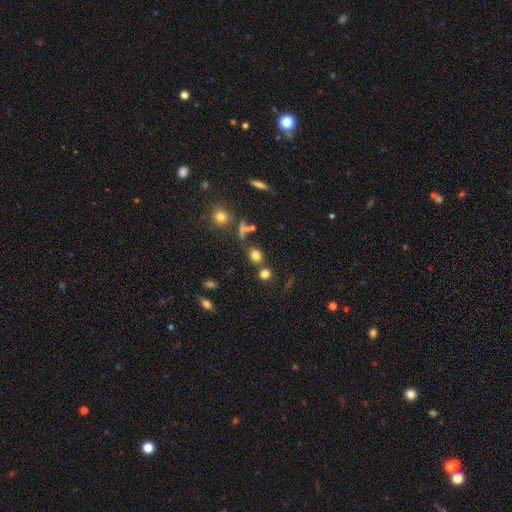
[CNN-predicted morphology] This appears to be a smooth galaxy with no disk features (77%) that is round (65%). Merging: none (65%).